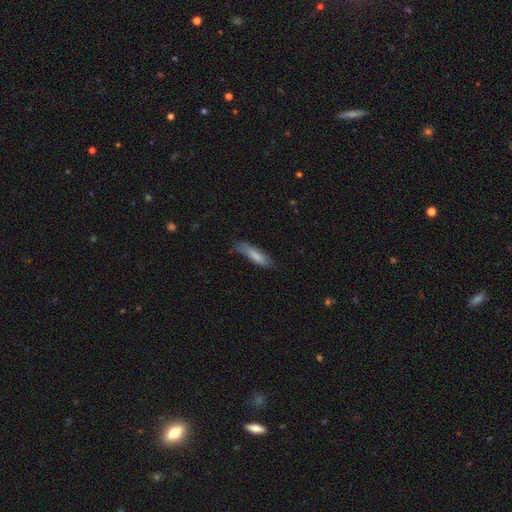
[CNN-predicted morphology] This is likely a smooth galaxy (78%). How rounded: likely cigar-shaped (70%). Merging: likely none (60%).